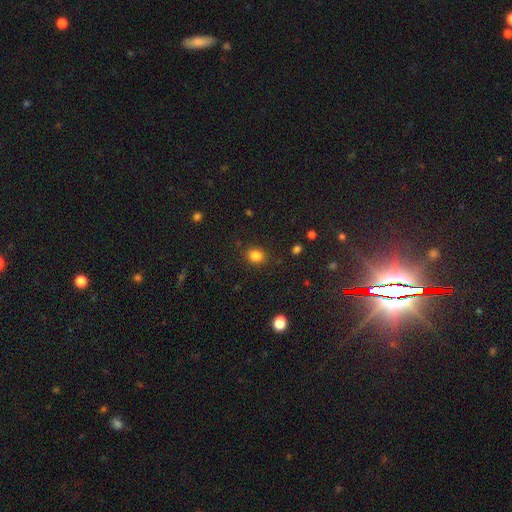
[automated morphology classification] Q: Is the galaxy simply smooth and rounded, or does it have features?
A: smooth — 83%.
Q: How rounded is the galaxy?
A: round — 54%.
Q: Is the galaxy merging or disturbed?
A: none — 86%.